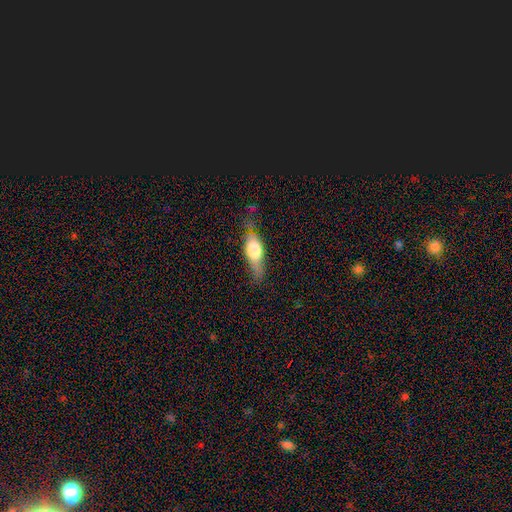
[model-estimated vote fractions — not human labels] A featured or disk galaxy (57%) viewed edge-on (88%) with a rounded central bulge (91%).

Vote fractions:
- Smooth or featured? featured or disk: 57% / smooth: 31% / star or artifact: 12%
- Edge-on disk? yes: 88% / no: 12%
- Edge-on bulge? rounded: 91% / boxy: 6% / none: 3%
- Merging? none: 83% / minor disturbance: 12% / major disturbance: 3% / merger: 2%